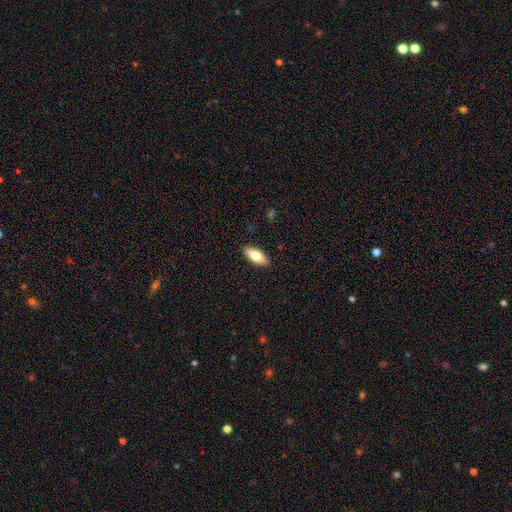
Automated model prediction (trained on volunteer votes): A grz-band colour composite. It shows a smooth galaxy with no disk features (76%) that is in between round and cigar-shaped (80%). Merging: none (90%).